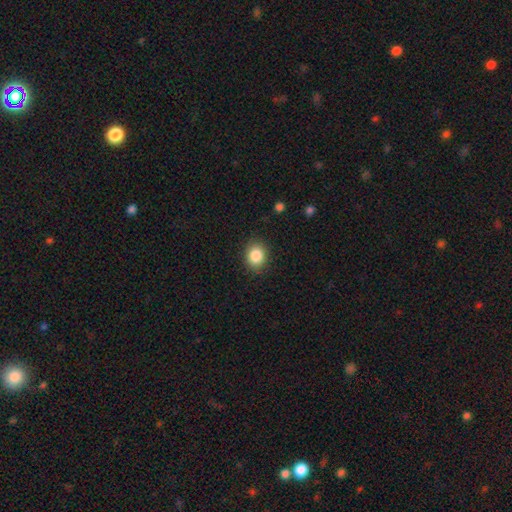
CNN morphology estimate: Smooth or featured: smooth — 86% (star or artifact — 9%)
How rounded: round — 57% (in between — 42%)
Merging: none — 87% (minor disturbance — 9%)